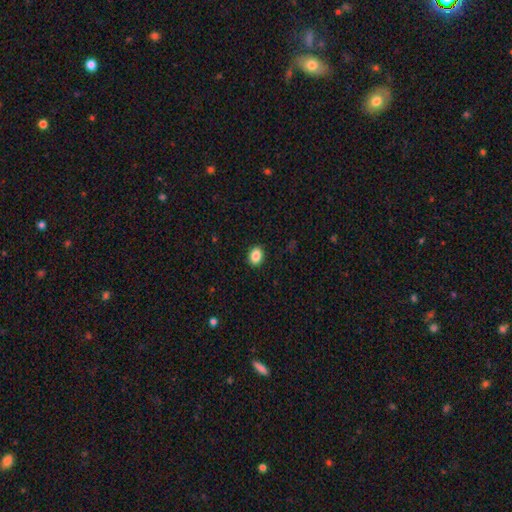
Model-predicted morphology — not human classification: A smooth galaxy with no disk features (87%) that is in between round and cigar-shaped (65%). Merging: none (90%).